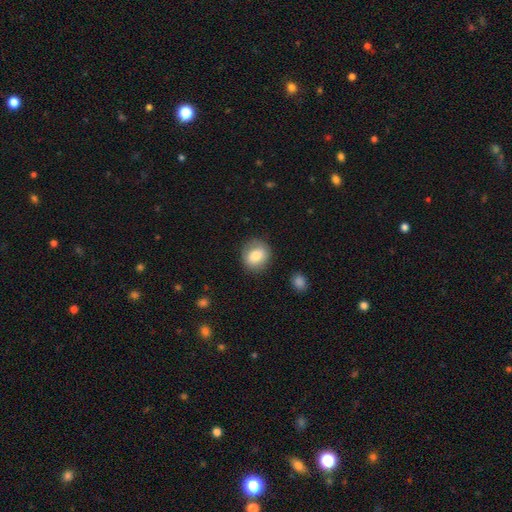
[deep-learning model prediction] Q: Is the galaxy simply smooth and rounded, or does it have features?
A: smooth — 78%.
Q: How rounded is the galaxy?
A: round — 73%.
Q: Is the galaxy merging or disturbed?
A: none — 84%.